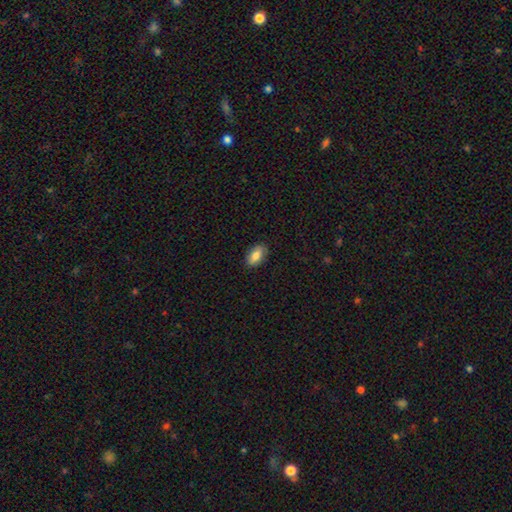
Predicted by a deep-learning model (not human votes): Smooth or featured?
  - smooth: 81% *
  - featured or disk: 12%
  - star or artifact: 7%
How rounded?
  - in between: 91% *
  - round: 4%
  - cigar-shaped: 4%
Merging?
  - none: 87% *
  - minor disturbance: 10%
  - major disturbance: 2%
  - merger: 1%